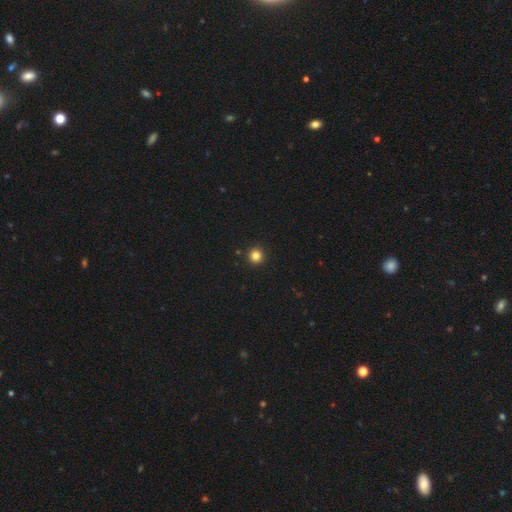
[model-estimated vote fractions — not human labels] Smooth or featured: smooth — 83% (star or artifact — 13%)
How rounded: round — 96% (in between — 3%)
Merging: none — 93% (minor disturbance — 4%)